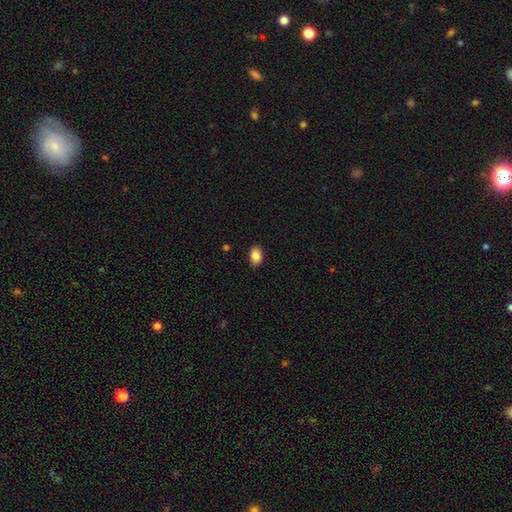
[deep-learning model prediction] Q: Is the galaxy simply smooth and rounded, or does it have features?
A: smooth — 87%.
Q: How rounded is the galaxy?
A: in between — 82%.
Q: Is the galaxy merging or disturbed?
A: none — 88%.